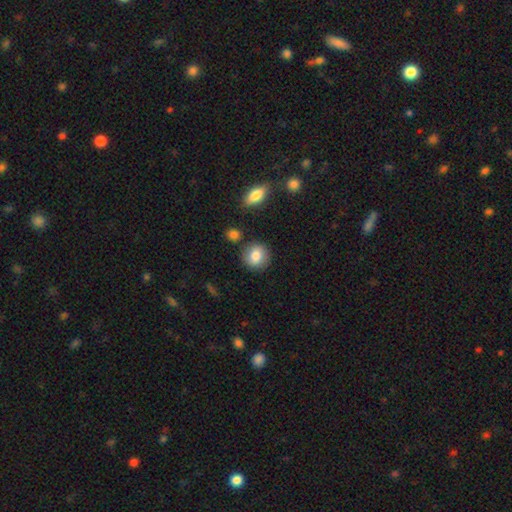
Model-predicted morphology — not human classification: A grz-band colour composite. It shows a smooth galaxy with no disk features (82%) that is round (85%). Merging: none (84%).